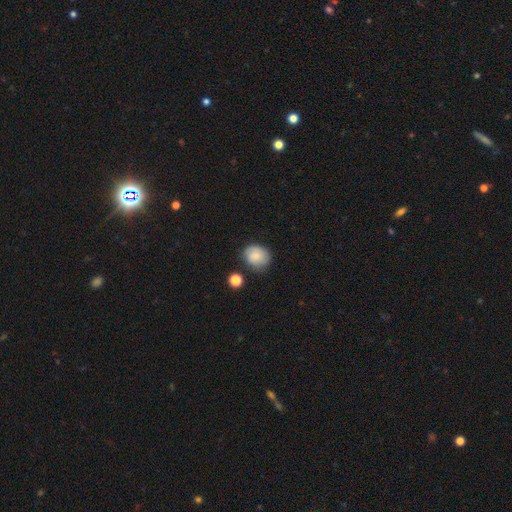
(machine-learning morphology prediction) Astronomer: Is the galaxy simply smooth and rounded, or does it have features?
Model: smooth — 77%.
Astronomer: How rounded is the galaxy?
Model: round — 63%.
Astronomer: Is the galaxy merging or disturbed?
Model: none — 70%.